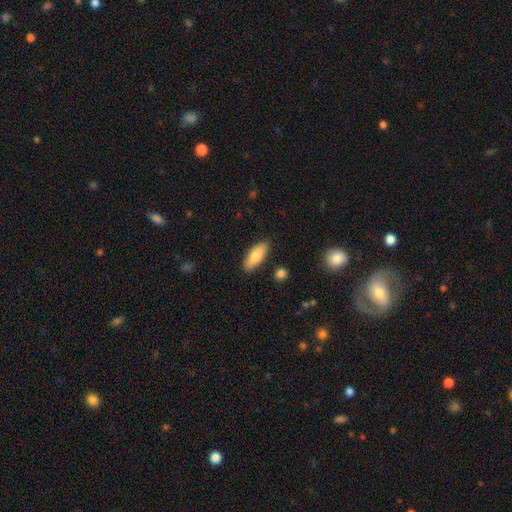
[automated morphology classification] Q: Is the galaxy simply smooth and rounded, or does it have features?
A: smooth — 83%.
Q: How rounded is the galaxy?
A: in between — 78%.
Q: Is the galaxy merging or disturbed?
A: none — 86%.